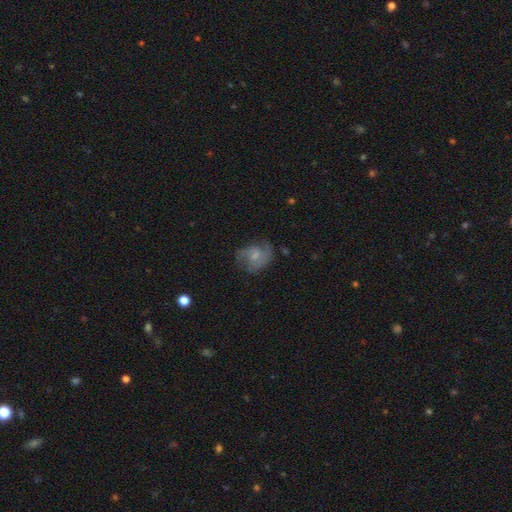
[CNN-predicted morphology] featured or disk 60%, smooth 32%, star or artifact 8%. Down the decision tree: edge-on disk — no (97%); bar — no (52%); spiral arms — yes (86%); spiral arm count — 2 (68%); spiral winding — medium (49%); bulge size — small (46%); merging — none (58%).